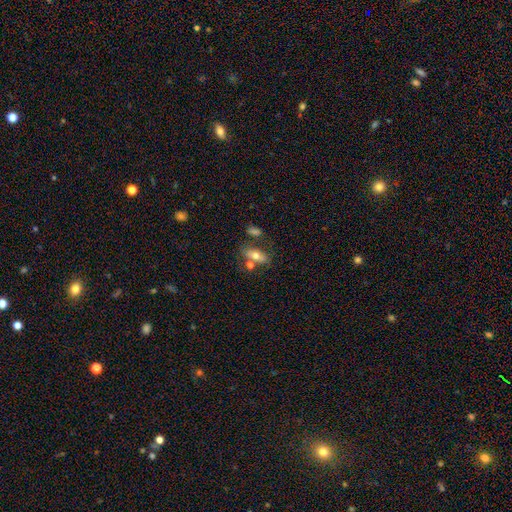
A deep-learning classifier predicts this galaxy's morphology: The model was most divided on "smooth or featured": smooth: 62%, featured or disk: 30%, star or artifact: 8%. More confident: how rounded — in between (81%); merging — none (56%).